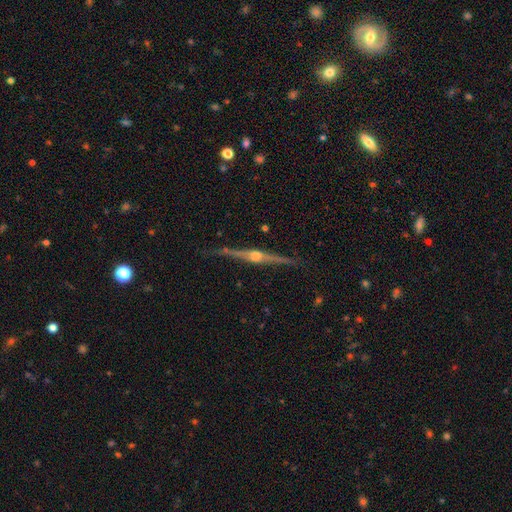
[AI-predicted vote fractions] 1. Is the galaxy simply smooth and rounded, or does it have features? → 89% featured or disk, 6% smooth, 6% star or artifact.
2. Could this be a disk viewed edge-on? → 99% yes, 1% no.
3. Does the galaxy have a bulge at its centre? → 94% rounded, 4% boxy, 2% none.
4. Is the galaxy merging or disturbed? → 88% none, 9% minor disturbance, 2% major disturbance, 1% merger.